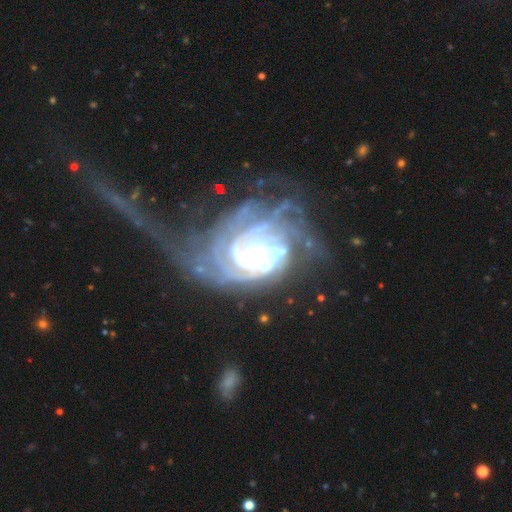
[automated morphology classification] Smooth or featured? featured or disk (86%)
Edge-on disk? no (97%)
Bar? no (61%)
Spiral arms? yes (94%)
Spiral winding? tight (63%)
Spiral arm count? can't tell (33%)
Bulge size? small (43%)
Merging? major disturbance (39%)